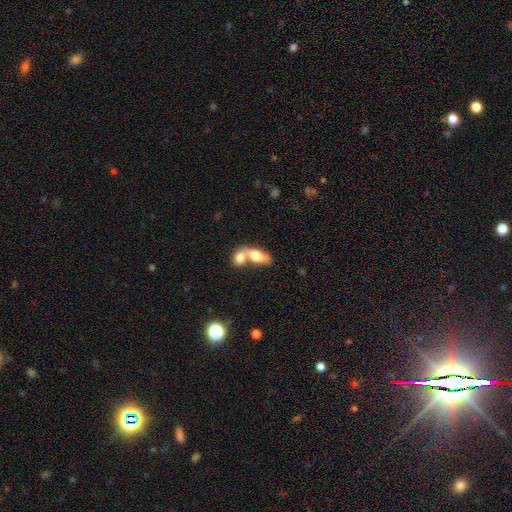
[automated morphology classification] This appears to be a smooth galaxy with no disk features (70%) that is in between round and cigar-shaped (80%). Merging: merger (72%).